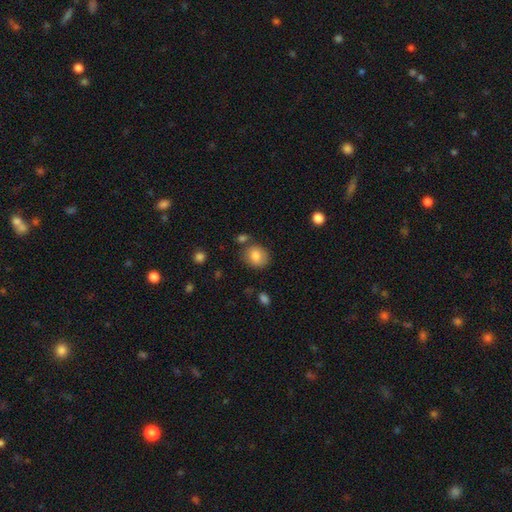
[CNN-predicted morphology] smooth 81%, featured or disk 10%, star or artifact 9%. Down the decision tree: how rounded — round (66%); merging — none (73%).